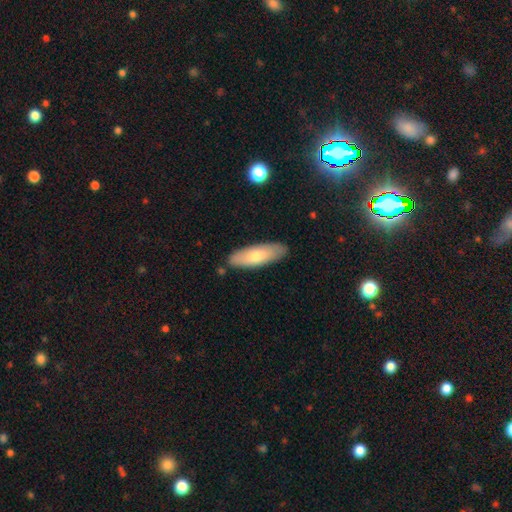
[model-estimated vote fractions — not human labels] smooth 69%, featured or disk 24%, star or artifact 6%. Down the decision tree: how rounded — in between (56%); merging — none (85%).